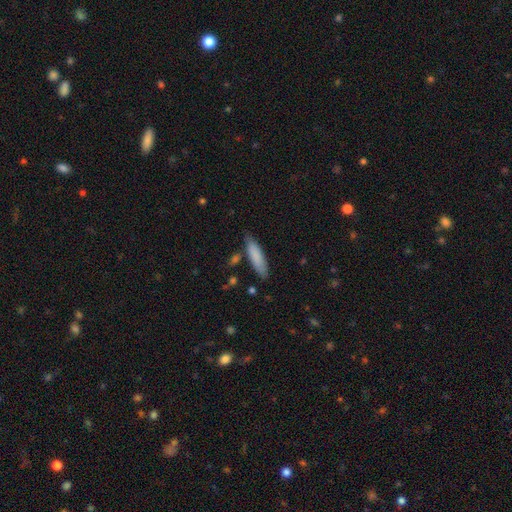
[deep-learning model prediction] Smooth or featured? Predicted: smooth (p=0.82). How rounded? Predicted: cigar-shaped (p=0.71). Merging? Predicted: none (p=0.76).